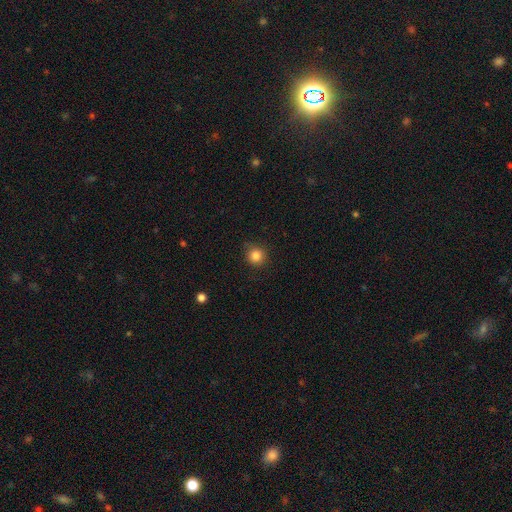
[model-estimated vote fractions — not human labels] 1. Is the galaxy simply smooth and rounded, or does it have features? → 84% smooth, 11% star or artifact, 5% featured or disk.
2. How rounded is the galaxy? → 93% round, 6% in between, 1% cigar-shaped.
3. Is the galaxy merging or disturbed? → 86% none, 10% minor disturbance, 2% major disturbance, 1% merger.